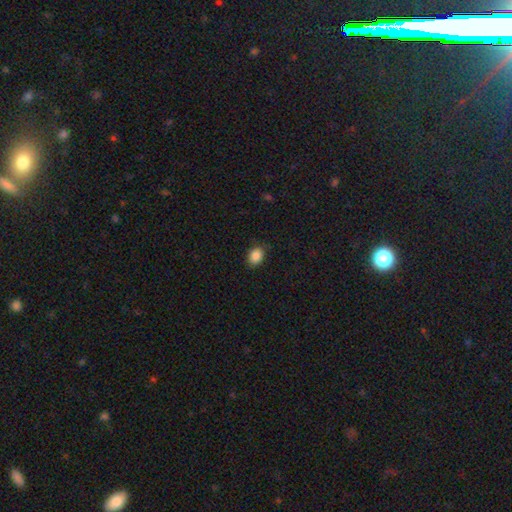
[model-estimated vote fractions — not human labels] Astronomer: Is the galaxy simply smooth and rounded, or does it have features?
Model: smooth — 88%.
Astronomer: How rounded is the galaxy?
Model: in between — 61% (runner-up: round, 38%).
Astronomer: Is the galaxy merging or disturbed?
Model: none — 84%.